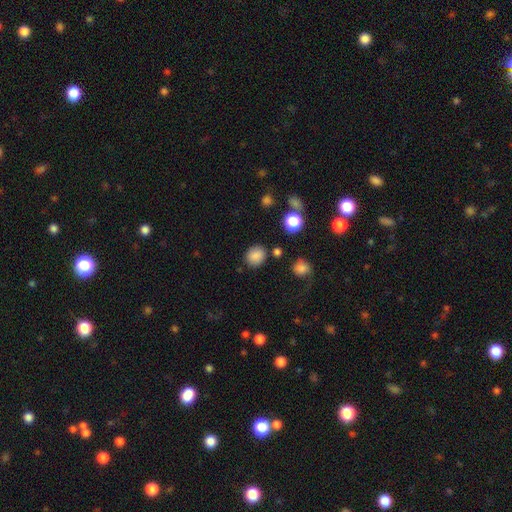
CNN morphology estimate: Smooth or featured: smooth — 84% (star or artifact — 11%)
How rounded: round — 70% (in between — 29%)
Merging: none — 83% (minor disturbance — 11%)